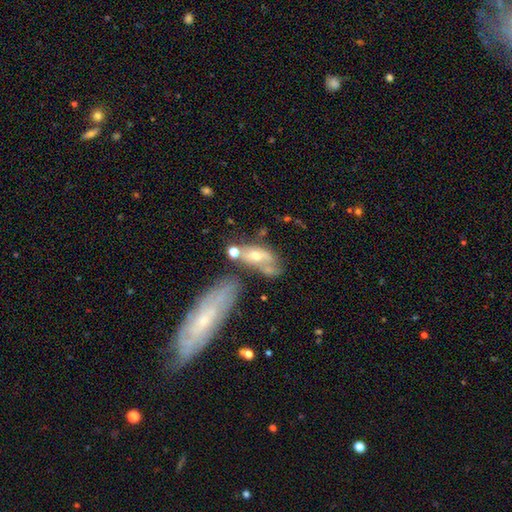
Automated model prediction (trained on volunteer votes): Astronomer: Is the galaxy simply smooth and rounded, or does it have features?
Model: featured or disk — 51% (runner-up: smooth, 40%).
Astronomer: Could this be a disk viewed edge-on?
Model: no — 83%.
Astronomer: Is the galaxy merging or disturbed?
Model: none — 31% (runner-up: merger, 30%).